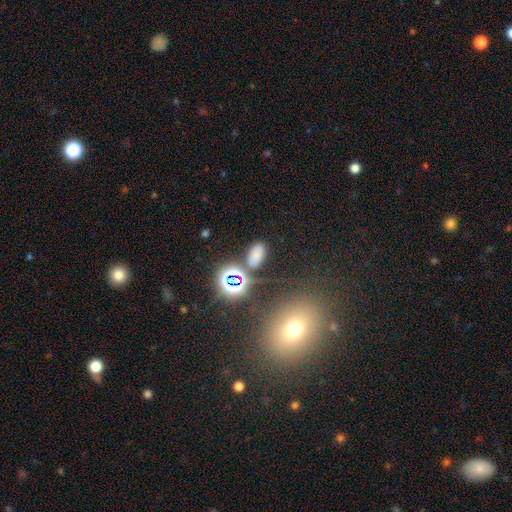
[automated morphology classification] Smooth or featured?
  - smooth: 62% *
  - star or artifact: 30%
  - featured or disk: 8%
How rounded?
  - in between: 88% *
  - round: 10%
  - cigar-shaped: 3%
Merging?
  - none: 76% *
  - minor disturbance: 12%
  - merger: 7%
  - major disturbance: 5%